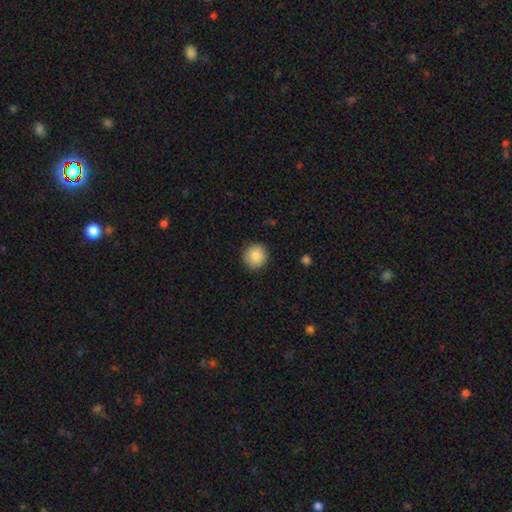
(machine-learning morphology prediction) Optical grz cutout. It shows a smooth galaxy with no disk features (87%) that is round (92%). Merging: none (90%).